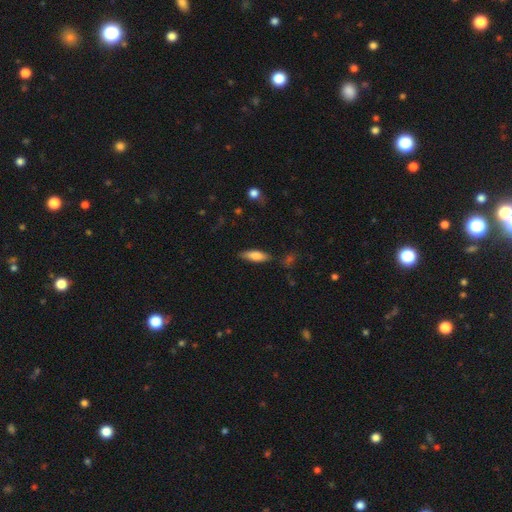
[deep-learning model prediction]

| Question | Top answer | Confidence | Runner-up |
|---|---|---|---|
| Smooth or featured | smooth | 76% | featured or disk (18%) |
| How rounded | in between | 52% | cigar-shaped (46%) |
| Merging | none | 81% | minor disturbance (14%) |